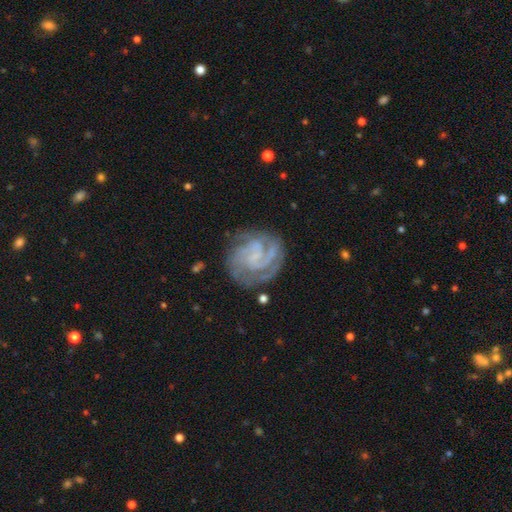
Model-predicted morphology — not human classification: Overall: featured or disk (86%). Edge-on disk: no (98%). Bar: no (51%; weak 37%). Spiral arms: yes (97%). Spiral arm count: 3 (32%; 2 31%). Spiral winding: tight (64%; medium 30%). Bulge size: none (49%; small 39%). Merging: none (73%).